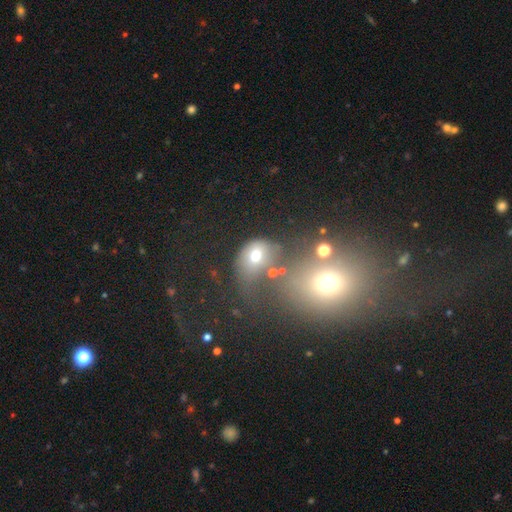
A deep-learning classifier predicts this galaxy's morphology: Q: Smooth or featured?
A: smooth (67%); runner-up: star or artifact (18%)
Q: How rounded?
A: in between (50%); runner-up: round (49%)
Q: Merging?
A: none (37%); runner-up: merger (23%)